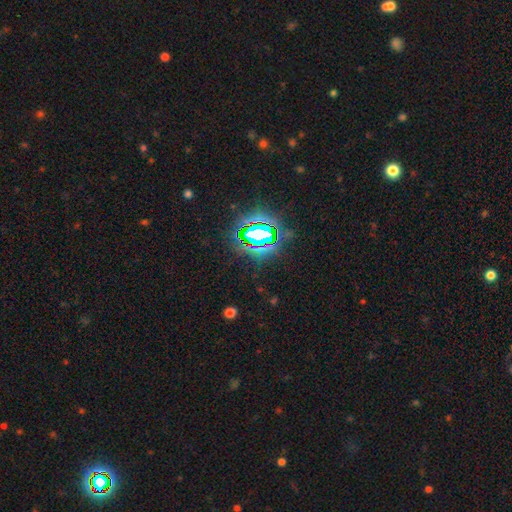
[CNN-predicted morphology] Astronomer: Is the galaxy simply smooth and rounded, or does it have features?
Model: star or artifact — 80%.